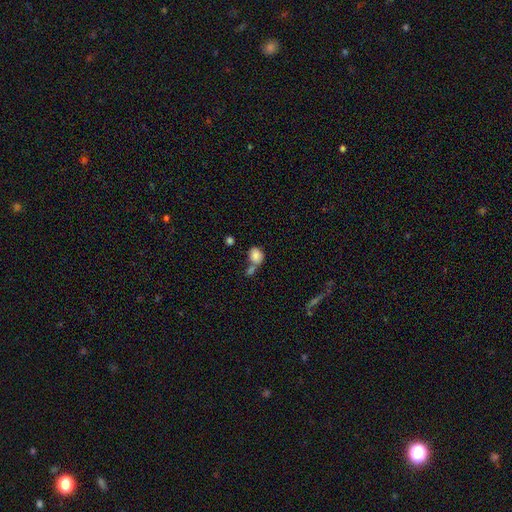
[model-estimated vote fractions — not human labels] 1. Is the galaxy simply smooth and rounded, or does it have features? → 83% smooth, 9% star or artifact, 9% featured or disk.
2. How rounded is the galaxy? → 55% in between, 44% round, 1% cigar-shaped.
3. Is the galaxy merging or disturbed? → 44% merger, 38% none, 12% minor disturbance, 6% major disturbance.